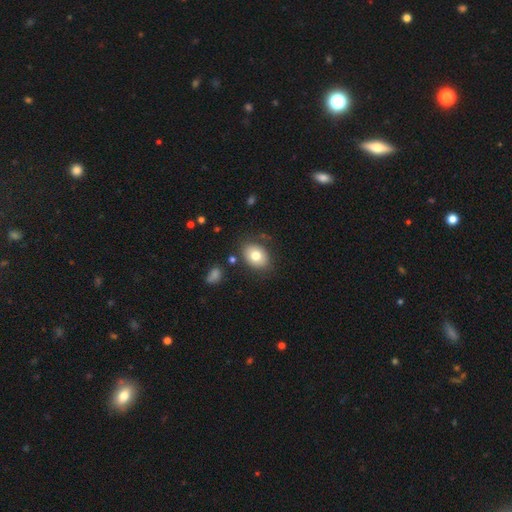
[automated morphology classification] Q: Smooth or featured?
A: smooth (78%); runner-up: featured or disk (13%)
Q: How rounded?
A: in between (71%); runner-up: round (29%)
Q: Merging?
A: none (80%); runner-up: minor disturbance (12%)